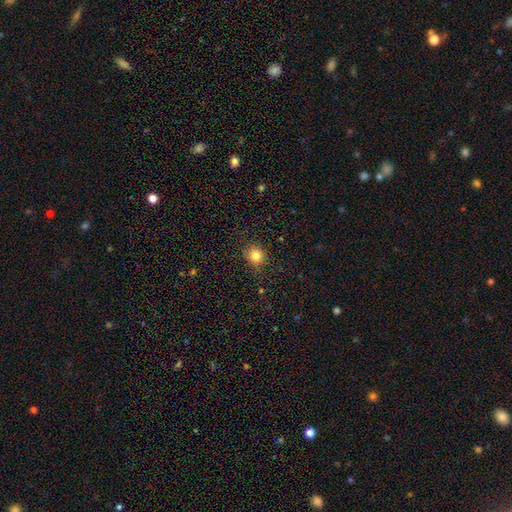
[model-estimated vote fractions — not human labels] Smooth or featured: smooth — 82% (star or artifact — 12%)
How rounded: round — 85% (in between — 14%)
Merging: none — 88% (minor disturbance — 9%)